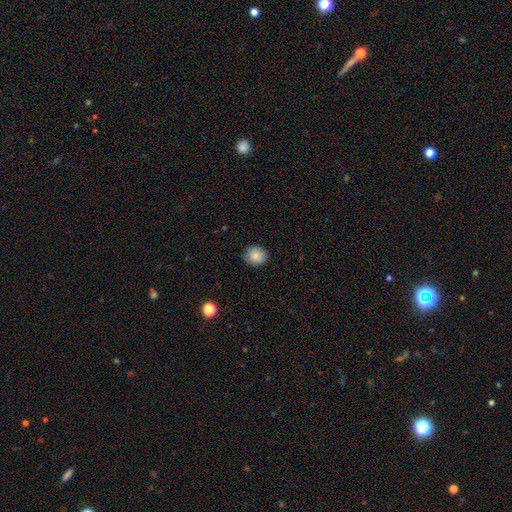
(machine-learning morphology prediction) The model was most divided on "how rounded": round: 78%, in between: 21%, cigar-shaped: 1%. More confident: merging — none (85%); smooth or featured — smooth (85%).